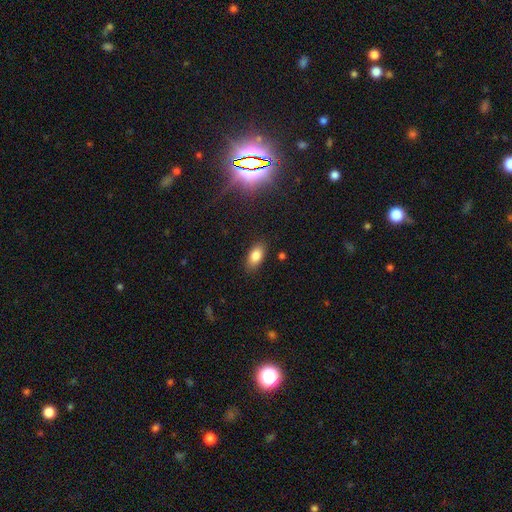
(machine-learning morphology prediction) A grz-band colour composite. It shows a smooth galaxy with no disk features (82%) that is in between round and cigar-shaped (89%). Merging: none (85%).